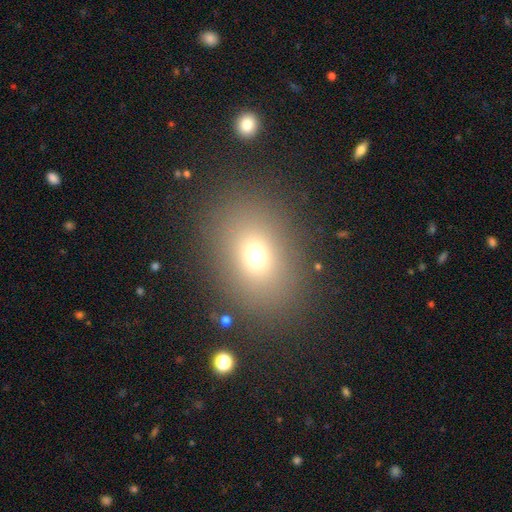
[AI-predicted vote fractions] Q: Smooth or featured?
A: smooth (70%); runner-up: star or artifact (18%)
Q: How rounded?
A: in between (63%); runner-up: round (36%)
Q: Merging?
A: none (85%); runner-up: minor disturbance (8%)